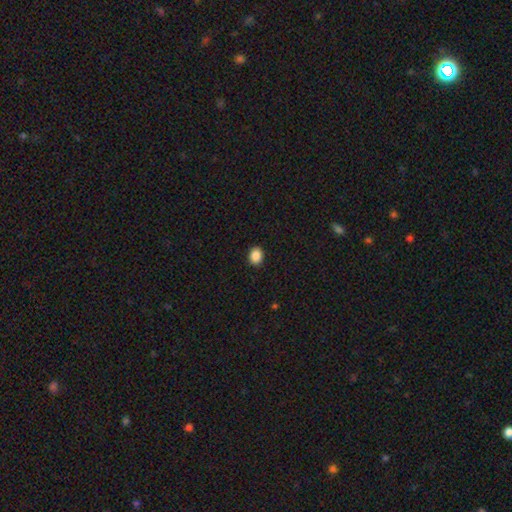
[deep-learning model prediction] Q: Smooth or featured?
A: smooth (89%); runner-up: star or artifact (9%)
Q: How rounded?
A: in between (58%); runner-up: round (41%)
Q: Merging?
A: none (91%); runner-up: minor disturbance (6%)